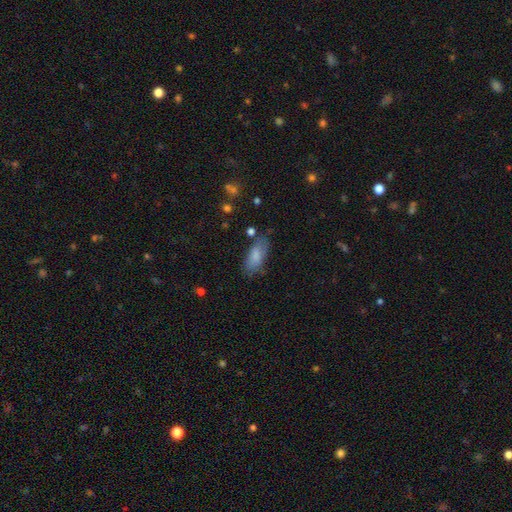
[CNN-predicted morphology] Smooth or featured? Predicted: smooth (p=0.79). How rounded? Predicted: in between (p=0.81). Merging? Predicted: none (p=0.67).